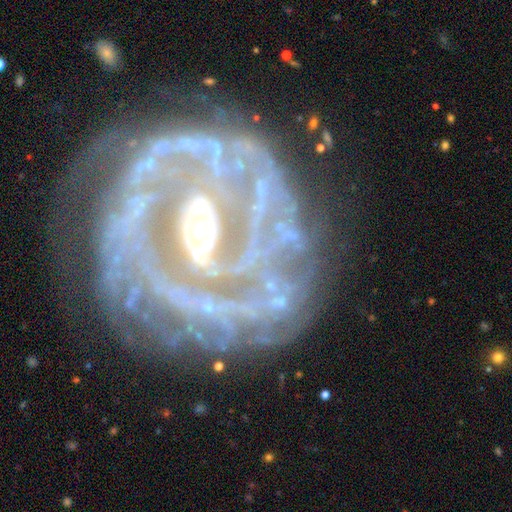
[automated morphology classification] This appears to be a featured or disk galaxy (90%) with a strong bar (45%), 2 (29%) tight (59%) spiral arms (94%) and a moderate central bulge (57%). Merging: none (66%).